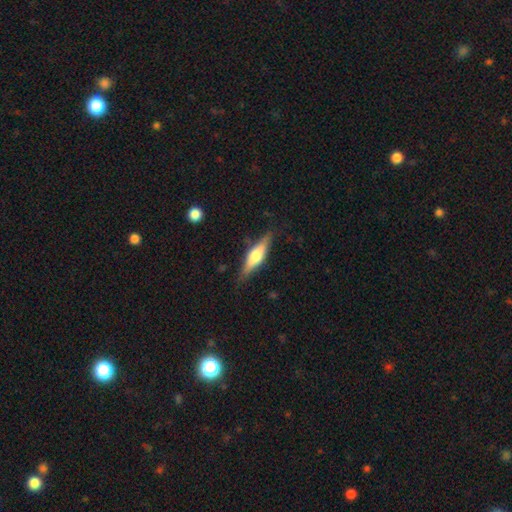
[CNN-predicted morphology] A featured or disk galaxy (54%) viewed edge-on (93%) with a rounded central bulge (87%).

Vote fractions:
- Smooth or featured? featured or disk: 54% / smooth: 40% / star or artifact: 6%
- Edge-on disk? yes: 93% / no: 7%
- Edge-on bulge? rounded: 87% / boxy: 9% / none: 3%
- Merging? none: 83% / minor disturbance: 13% / major disturbance: 3% / merger: 1%